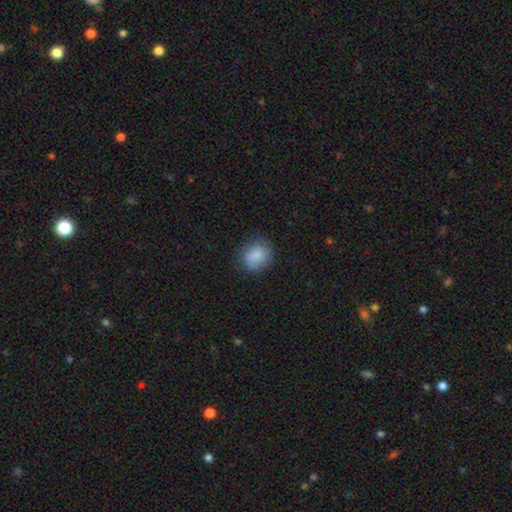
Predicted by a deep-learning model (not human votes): A smooth galaxy with no disk features (85%) that is round (59%). Merging: none (75%).